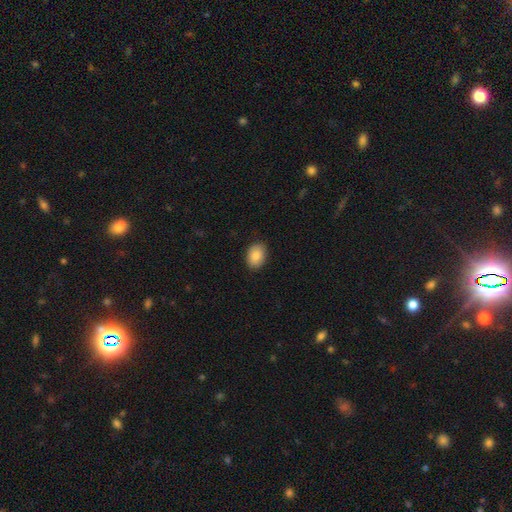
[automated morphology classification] A smooth galaxy with no disk features (88%) that is in between round and cigar-shaped (77%).

Vote fractions:
- Smooth or featured? smooth: 88% / star or artifact: 7% / featured or disk: 5%
- How rounded? in between: 77% / round: 22% / cigar-shaped: 1%
- Merging? none: 88% / minor disturbance: 10% / major disturbance: 2% / merger: 1%